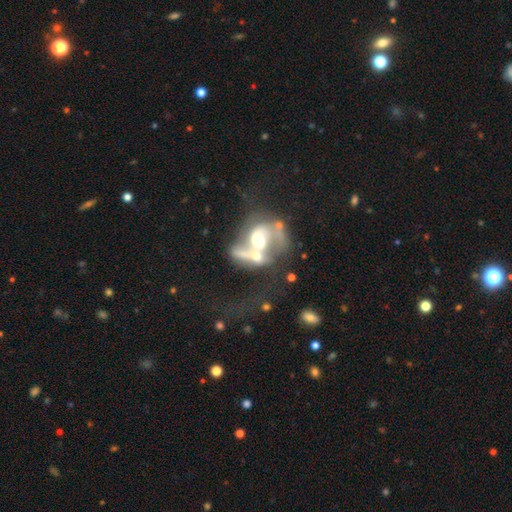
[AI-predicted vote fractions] smooth-or-featured: featured or disk: 69% | smooth: 22% | star or artifact: 8%
  disk-edge-on: no: 96% | yes: 4%
    bar: no: 59% | weak: 30% | strong: 12%
    has-spiral-arms: yes: 67% | no: 33%
    bulge-size: moderate: 60% | large: 20% | small: 13% | none: 4% | dominant: 3%
  merging: merger: 64% | major disturbance: 16% | none: 14% | minor disturbance: 7%